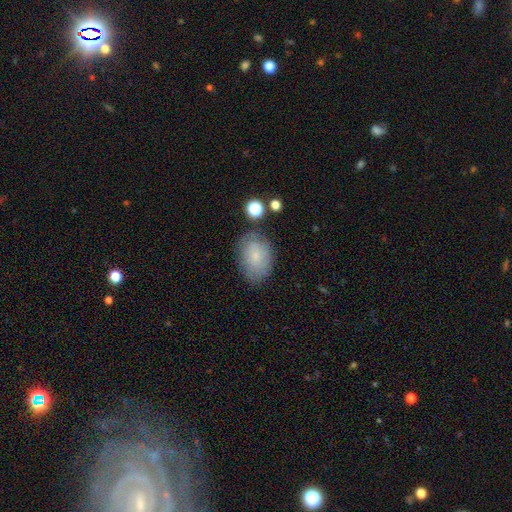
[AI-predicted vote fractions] smooth-or-featured: smooth: 66% | featured or disk: 25% | star or artifact: 9%
  how-rounded: in between: 82% | round: 16% | cigar-shaped: 1%
  merging: none: 71% | minor disturbance: 20% | major disturbance: 6% | merger: 3%